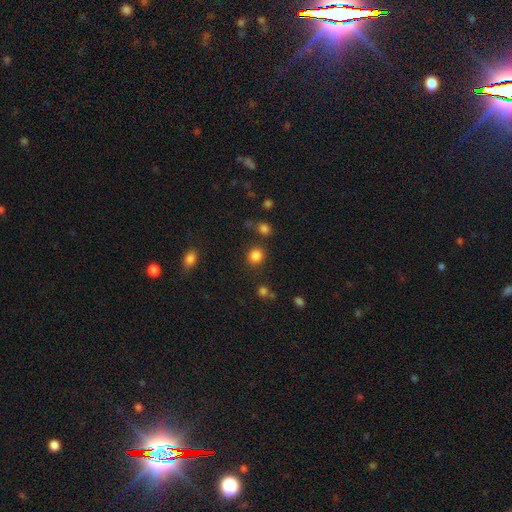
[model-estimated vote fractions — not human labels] This is clearly a smooth galaxy (84%). How rounded: clearly round (85%). Merging: clearly none (83%).